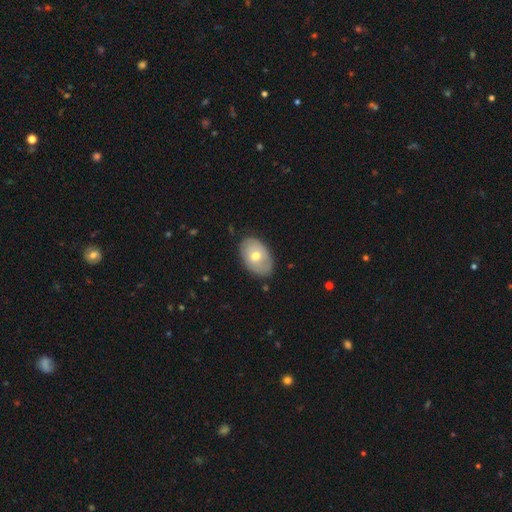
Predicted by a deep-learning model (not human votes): Smooth or featured?
  - smooth: 59% *
  - featured or disk: 35%
  - star or artifact: 6%
How rounded?
  - in between: 87% *
  - round: 12%
  - cigar-shaped: 1%
Merging?
  - none: 79% *
  - minor disturbance: 16%
  - major disturbance: 3%
  - merger: 1%